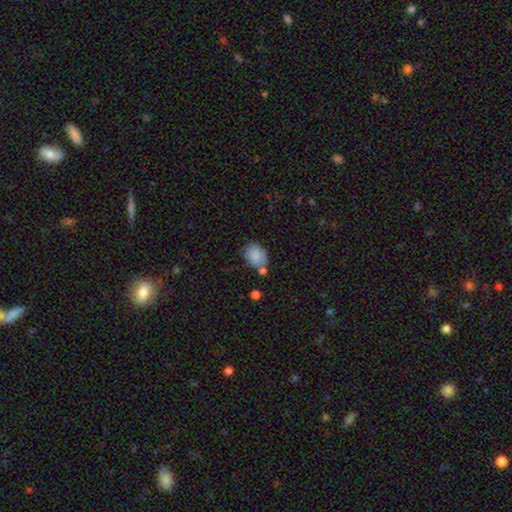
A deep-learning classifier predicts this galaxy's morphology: The model was most divided on "how rounded": in between: 71%, round: 28%, cigar-shaped: 1%. More confident: smooth or featured — smooth (87%); merging — none (63%).